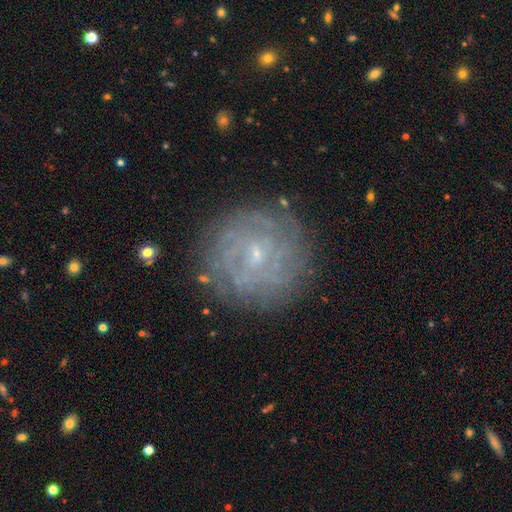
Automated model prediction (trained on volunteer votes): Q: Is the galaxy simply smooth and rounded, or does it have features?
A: featured or disk — 76%.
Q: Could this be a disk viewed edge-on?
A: no — 97%.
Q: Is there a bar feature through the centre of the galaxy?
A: weak — 45%, tied with no.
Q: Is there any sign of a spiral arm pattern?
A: yes — 87%.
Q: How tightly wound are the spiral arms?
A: tight — 74%.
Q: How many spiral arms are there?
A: can't tell — 48%.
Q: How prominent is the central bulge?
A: small — 80%.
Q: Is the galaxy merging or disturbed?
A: none — 82%.